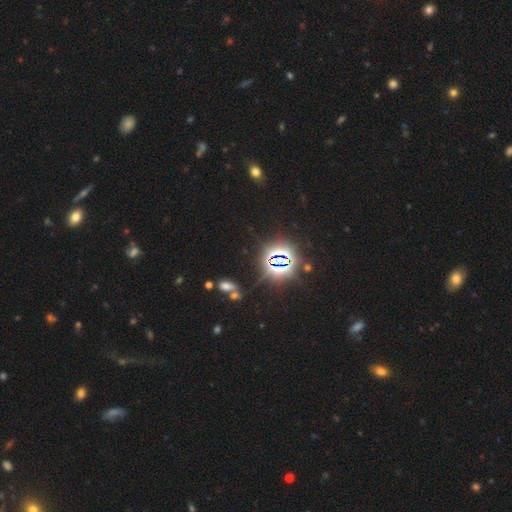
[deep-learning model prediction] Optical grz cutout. It shows a star or artifact, not a galaxy (78%).